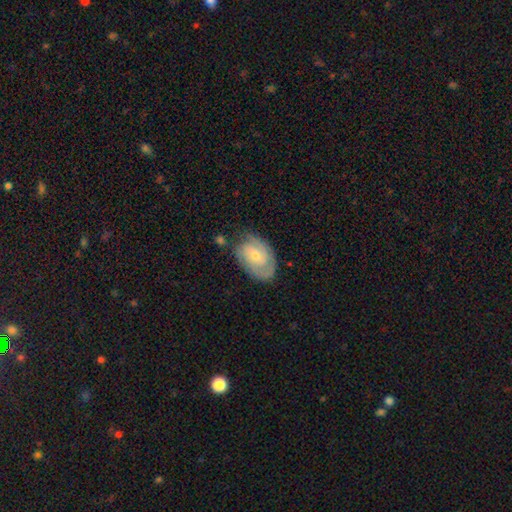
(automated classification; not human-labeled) Overall: featured or disk (71%). Edge-on disk: no (96%). Bar: no (64%; weak 31%). Spiral arms: yes (90%). Spiral arm count: 2 (47%; can't tell 27%). Spiral winding: tight (61%; medium 31%). Bulge size: small (58%; moderate 38%). Merging: none (68%).